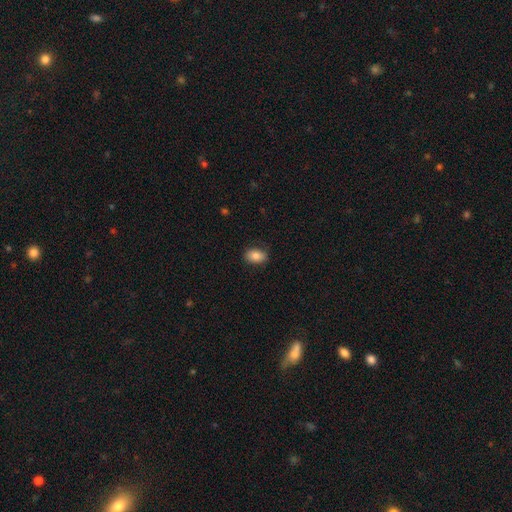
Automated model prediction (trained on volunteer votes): A smooth galaxy with no disk features (83%) that is in between round and cigar-shaped (85%). Merging: none (84%).